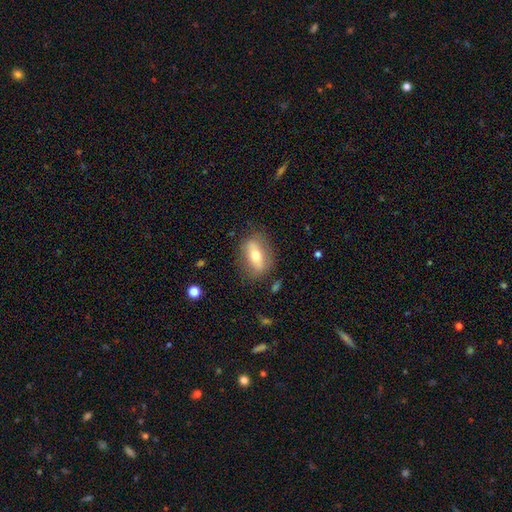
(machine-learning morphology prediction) Overall: smooth (49%; featured or disk 43%). Merging: none (77%).